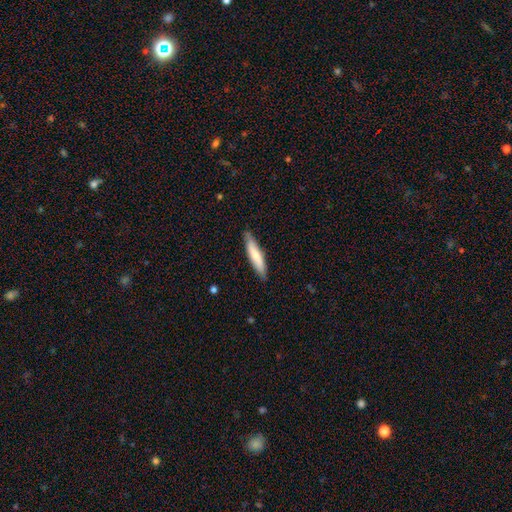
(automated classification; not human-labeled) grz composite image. It shows a smooth galaxy with no disk features (70%) that is cigar-shaped (85%). Merging: none (85%).